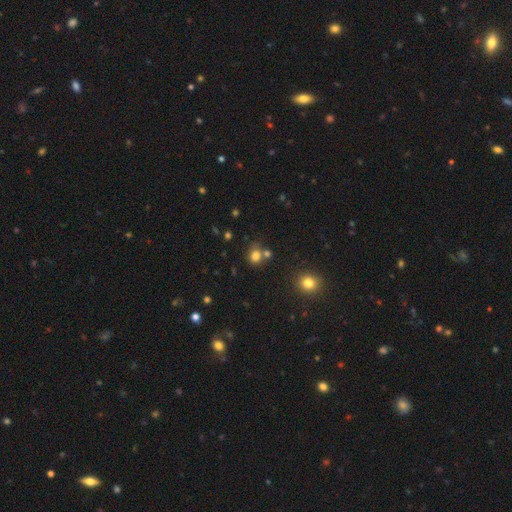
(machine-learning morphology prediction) Smooth or featured? Predicted: smooth (p=0.78). How rounded? Predicted: round (p=0.67). Merging? Predicted: none (p=0.59).